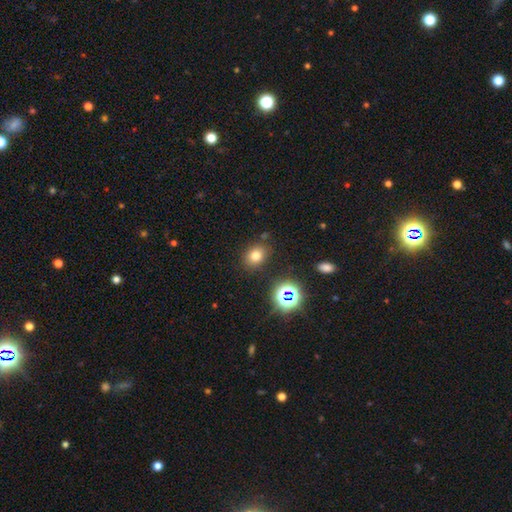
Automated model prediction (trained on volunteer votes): smooth 73%, star or artifact 19%, featured or disk 8%. Down the decision tree: how rounded — round (54%); merging — none (82%).